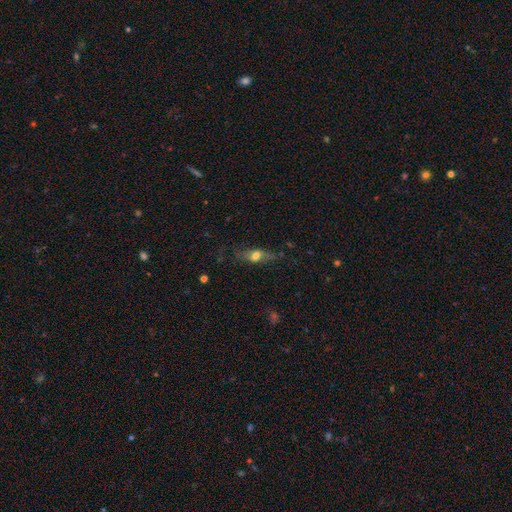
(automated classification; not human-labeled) smooth 53%, featured or disk 37%, star or artifact 10%. Down the decision tree: how rounded — in between (55%); merging — none (67%).